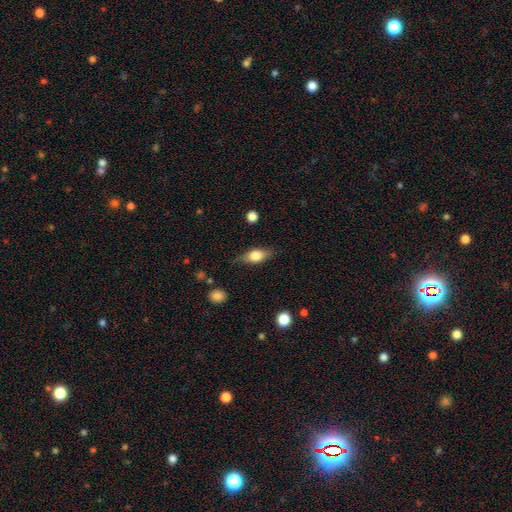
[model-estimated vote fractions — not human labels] Smooth or featured? smooth (66%)
How rounded? in between (79%)
Merging? none (75%)